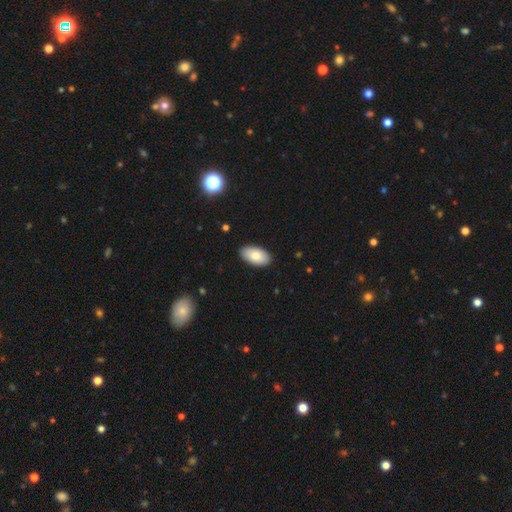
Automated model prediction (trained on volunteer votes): A smooth galaxy with no disk features (81%) that is in between round and cigar-shaped (95%).

Vote fractions:
- Smooth or featured? smooth: 81% / featured or disk: 12% / star or artifact: 7%
- How rounded? in between: 95% / round: 3% / cigar-shaped: 2%
- Merging? none: 89% / minor disturbance: 9% / major disturbance: 2% / merger: 1%